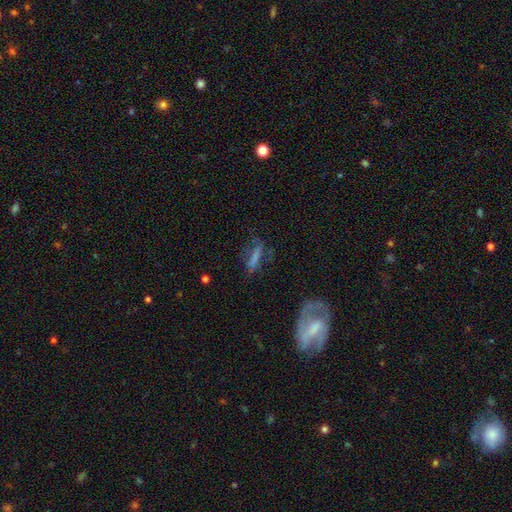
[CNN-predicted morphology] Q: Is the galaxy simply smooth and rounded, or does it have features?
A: smooth — 55%.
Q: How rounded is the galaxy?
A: cigar-shaped — 70%.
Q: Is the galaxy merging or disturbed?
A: none — 57%.